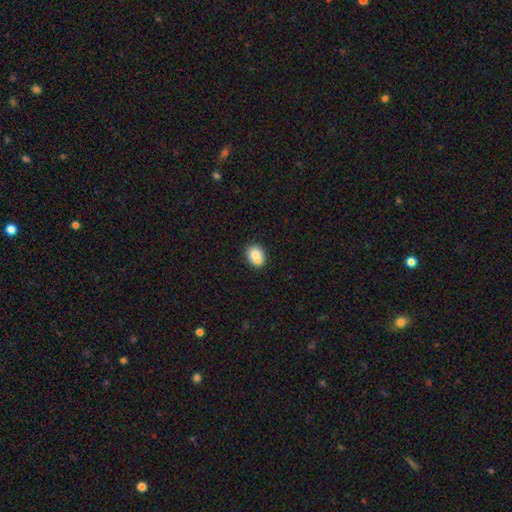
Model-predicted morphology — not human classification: This is clearly a smooth galaxy (82%). How rounded: possibly in between (52%). Merging: likely none (67%).